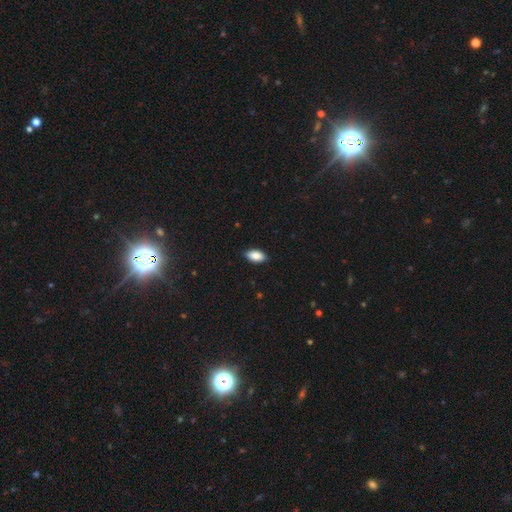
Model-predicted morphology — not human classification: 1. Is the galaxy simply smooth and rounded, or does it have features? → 88% smooth, 7% star or artifact, 6% featured or disk.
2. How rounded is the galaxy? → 93% in between, 5% cigar-shaped, 3% round.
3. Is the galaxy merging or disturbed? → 88% none, 9% minor disturbance, 2% major disturbance, 1% merger.